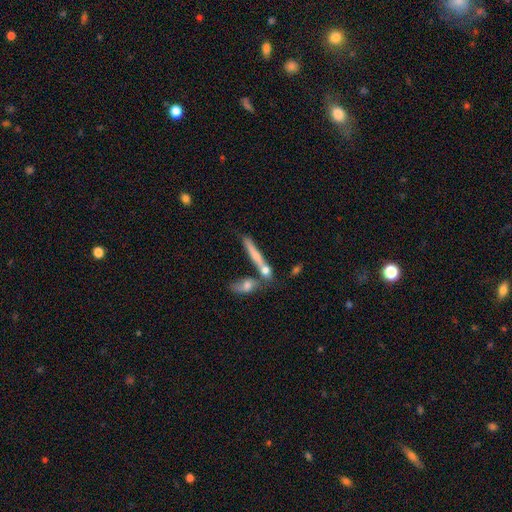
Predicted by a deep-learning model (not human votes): This is possibly a smooth galaxy (56%). How rounded: clearly cigar-shaped (83%). Merging: possibly none (54%).